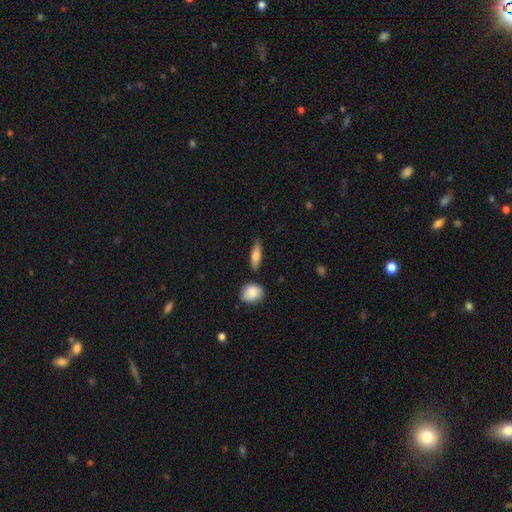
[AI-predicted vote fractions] This appears to be a smooth galaxy with no disk features (78%) that is in between round and cigar-shaped (58%). Merging: none (75%).